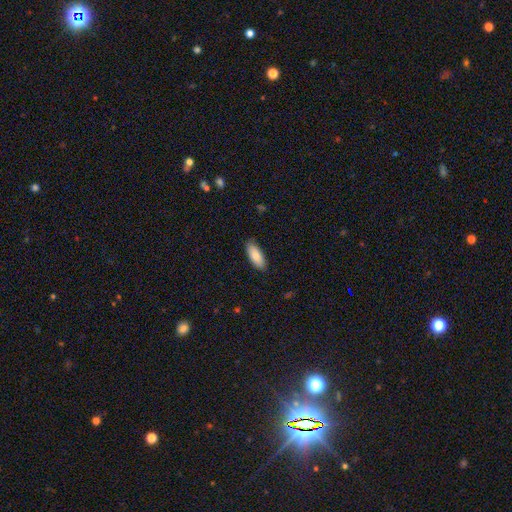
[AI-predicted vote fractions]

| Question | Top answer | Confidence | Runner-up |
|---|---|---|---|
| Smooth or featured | smooth | 84% | featured or disk (10%) |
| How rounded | in between | 80% | cigar-shaped (19%) |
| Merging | none | 87% | minor disturbance (10%) |